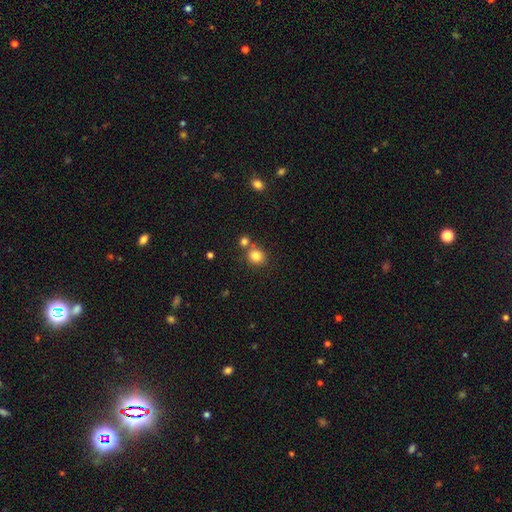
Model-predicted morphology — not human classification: Smooth or featured? smooth (82%)
How rounded? round (79%)
Merging? none (65%)